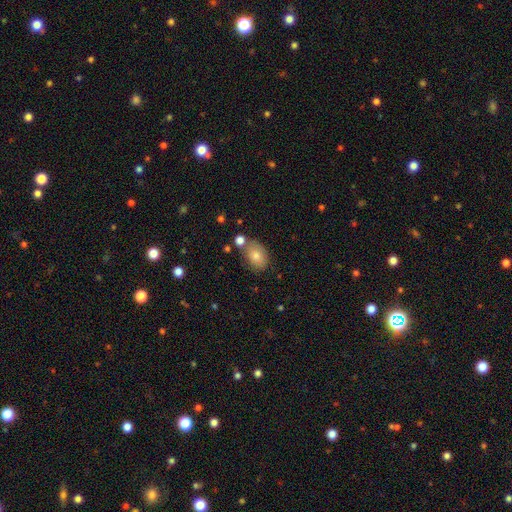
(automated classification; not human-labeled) Smooth or featured?
  - smooth: 77% *
  - featured or disk: 14%
  - star or artifact: 10%
How rounded?
  - in between: 79% *
  - round: 20%
  - cigar-shaped: 1%
Merging?
  - none: 72% *
  - minor disturbance: 16%
  - merger: 9%
  - major disturbance: 4%